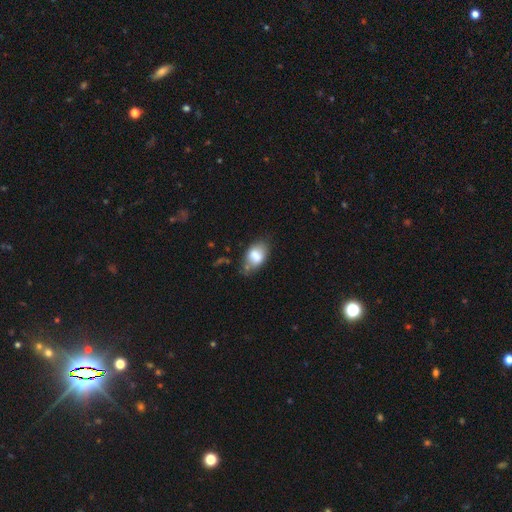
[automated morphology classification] smooth-or-featured: smooth: 73% | featured or disk: 19% | star or artifact: 8%
  how-rounded: in between: 87% | round: 11% | cigar-shaped: 2%
  merging: none: 58% | minor disturbance: 26% | major disturbance: 8% | merger: 8%